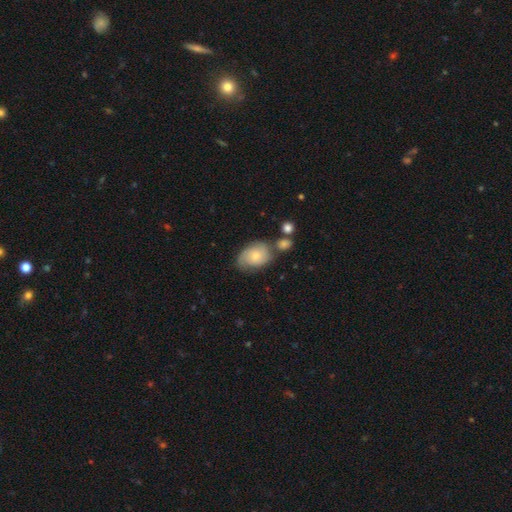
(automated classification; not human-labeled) Q: Smooth or featured?
A: smooth (59%); runner-up: featured or disk (34%)
Q: How rounded?
A: in between (79%); runner-up: round (20%)
Q: Merging?
A: none (52%); runner-up: minor disturbance (26%)